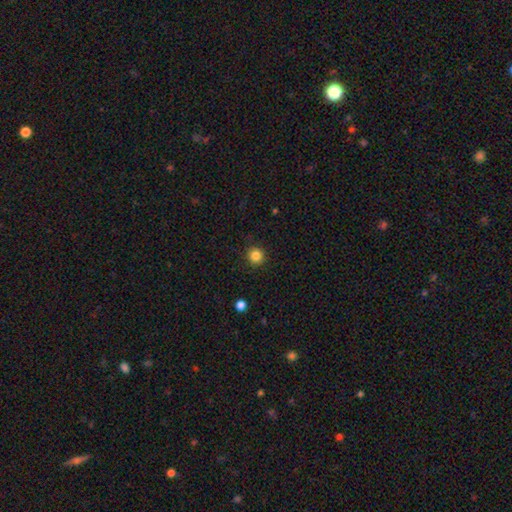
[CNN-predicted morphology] smooth-or-featured: smooth: 85% | star or artifact: 11% | featured or disk: 4%
  how-rounded: round: 95% | in between: 4% | cigar-shaped: 1%
  merging: none: 92% | minor disturbance: 5% | major disturbance: 2% | merger: 1%